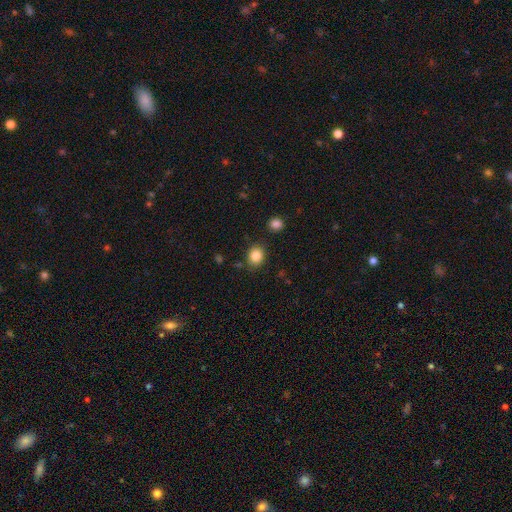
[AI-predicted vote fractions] smooth 85%, star or artifact 10%, featured or disk 5%. Down the decision tree: how rounded — round (66%); merging — none (84%).